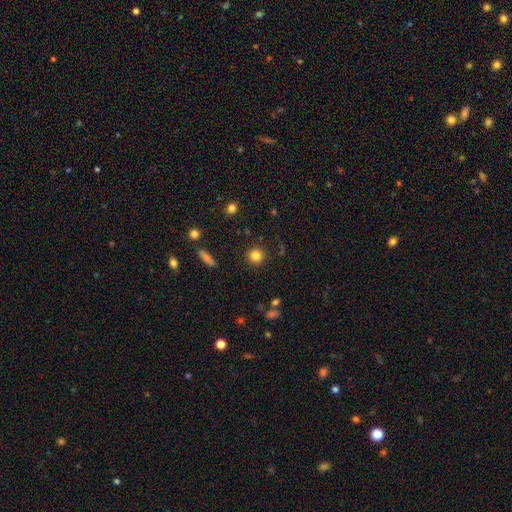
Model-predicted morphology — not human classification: Smooth or featured? Predicted: smooth (p=0.83). How rounded? Predicted: round (p=0.92). Merging? Predicted: none (p=0.90).